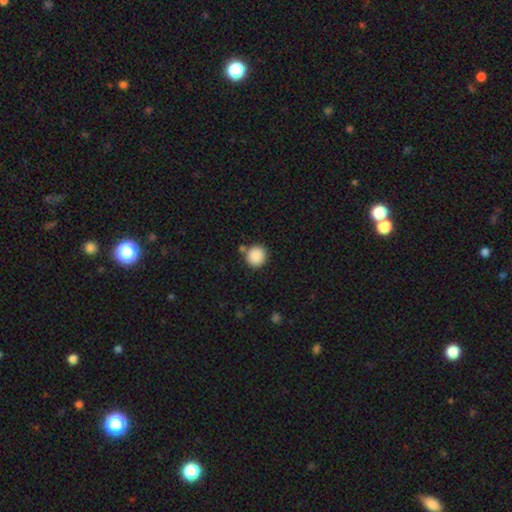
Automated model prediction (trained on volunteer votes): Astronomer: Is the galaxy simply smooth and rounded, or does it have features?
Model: smooth — 89%.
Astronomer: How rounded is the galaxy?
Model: round — 92%.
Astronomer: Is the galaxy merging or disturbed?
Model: none — 81%.